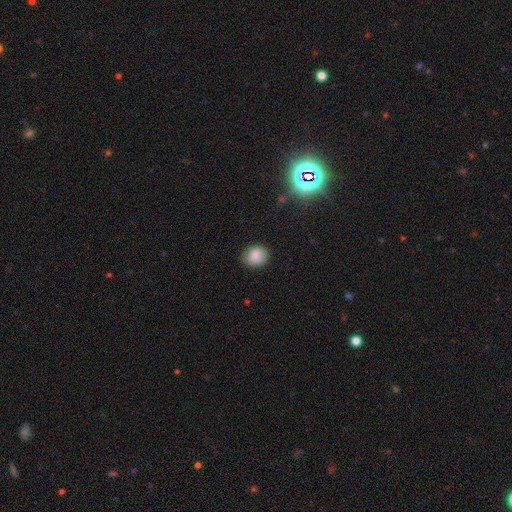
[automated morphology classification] Overall: smooth (84%). How rounded: round (70%; in between 30%). Merging: none (81%).